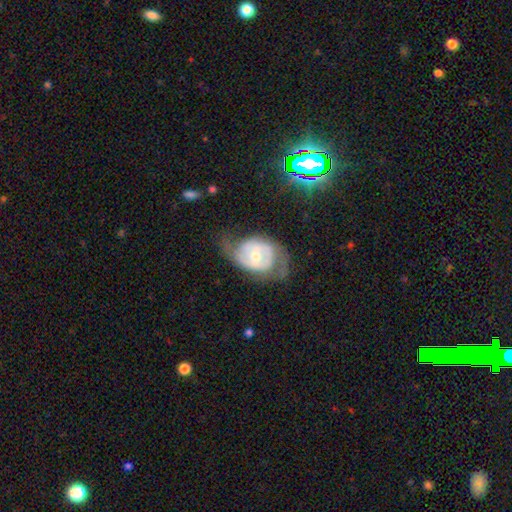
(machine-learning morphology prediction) Smooth or featured?
  - featured or disk: 70% *
  - smooth: 23%
  - star or artifact: 7%
Edge-on disk?
  - no: 95% *
  - yes: 5%
Bar?
  - no: 53% *
  - weak: 33%
  - strong: 15%
Spiral arms?
  - yes: 64% *
  - no: 36%
Bulge size?
  - moderate: 53% *
  - small: 42%
  - large: 3%
  - none: 1%
  - dominant: 1%
Merging?
  - none: 49% *
  - major disturbance: 25%
  - minor disturbance: 24%
  - merger: 2%